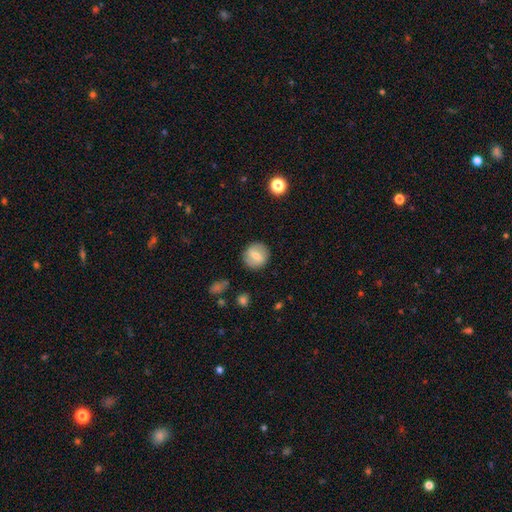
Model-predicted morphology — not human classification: smooth_or_featured: smooth (p=0.64) [alt: featured or disk p=0.28]
how_rounded: round (p=0.88) [alt: in between p=0.11]
merging: none (p=0.87) [alt: minor disturbance p=0.09]